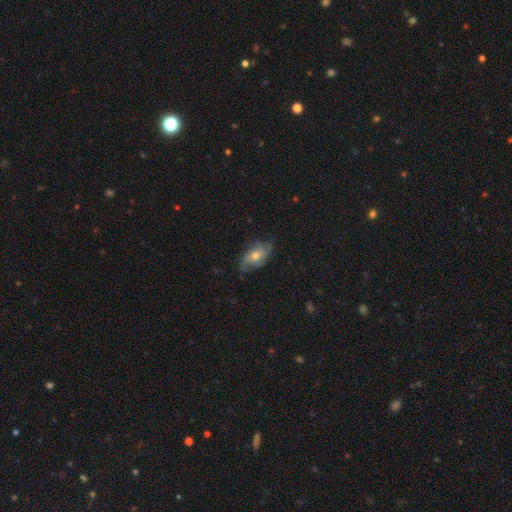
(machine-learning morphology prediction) smooth-or-featured: featured or disk: 52% | smooth: 40% | star or artifact: 8%
  disk-edge-on: no: 88% | yes: 12%
  merging: none: 65% | minor disturbance: 26% | major disturbance: 8% | merger: 1%